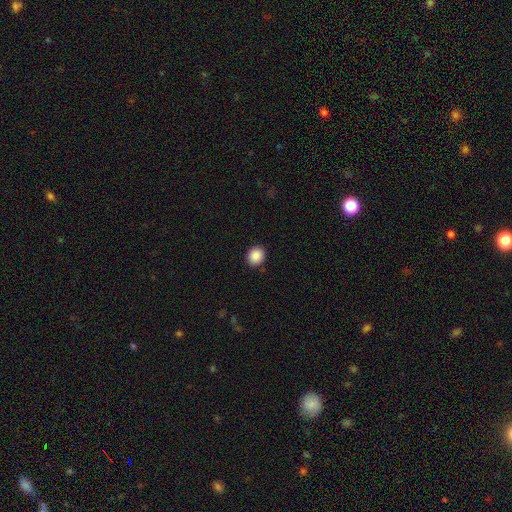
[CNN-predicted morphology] This appears to be a smooth galaxy with no disk features (89%) that is round (76%). Merging: none (90%).